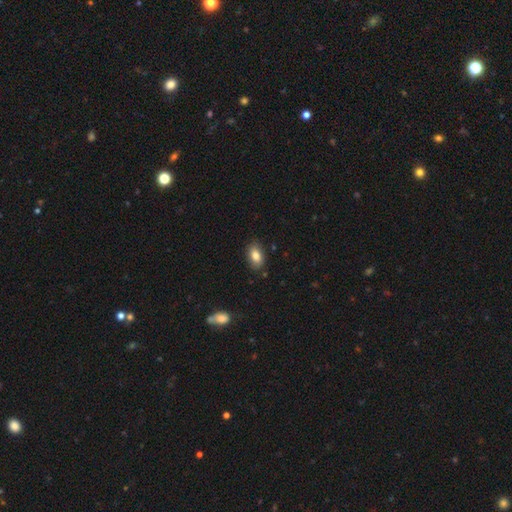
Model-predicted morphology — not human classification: Smooth or featured?
  - smooth: 83% *
  - featured or disk: 9%
  - star or artifact: 8%
How rounded?
  - in between: 90% *
  - round: 7%
  - cigar-shaped: 2%
Merging?
  - none: 85% *
  - minor disturbance: 11%
  - major disturbance: 2%
  - merger: 1%